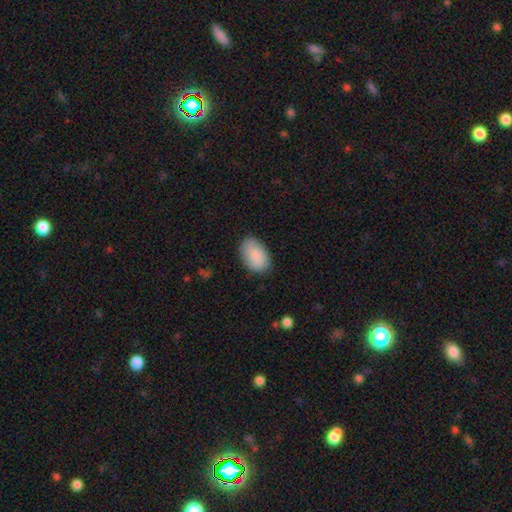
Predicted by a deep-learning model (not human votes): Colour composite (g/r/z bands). It shows a smooth galaxy with no disk features (85%) that is in between round and cigar-shaped (89%). Merging: none (80%).